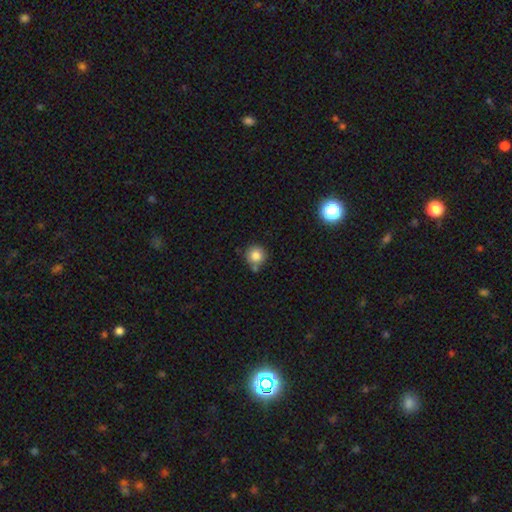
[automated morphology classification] Smooth or featured? smooth (83%)
How rounded? round (94%)
Merging? none (68%)